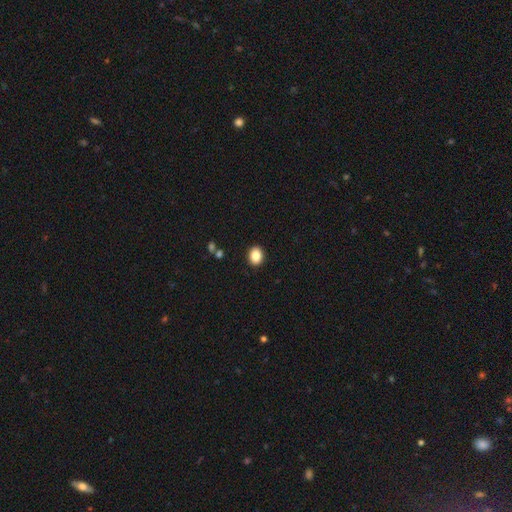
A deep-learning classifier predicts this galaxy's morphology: This is clearly a smooth galaxy (86%). How rounded: possibly in between (53%). Merging: clearly none (91%).